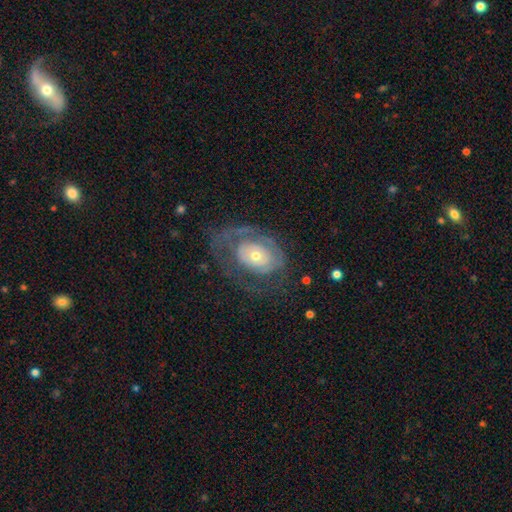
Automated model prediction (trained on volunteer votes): This appears to be a featured or disk galaxy (67%) with no bar (83%), spiral arms (56%) and a small central bulge (47%). Merging: none (47%).